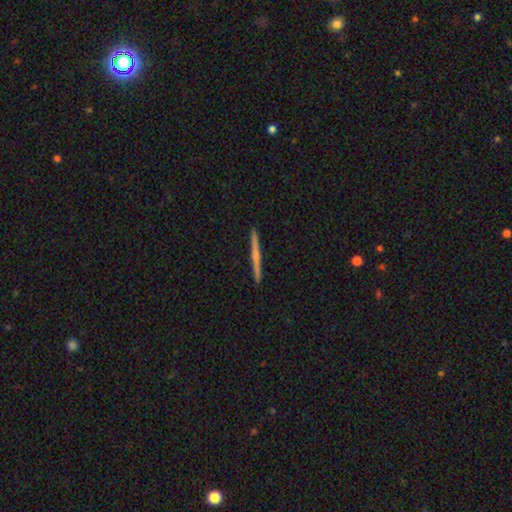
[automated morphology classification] smooth-or-featured: featured or disk: 58% | smooth: 36% | star or artifact: 6%
  disk-edge-on: yes: 98% | no: 2%
    edge-on-bulge: none: 51% | rounded: 42% | boxy: 7%
  merging: none: 93% | minor disturbance: 5% | major disturbance: 1% | merger: 1%